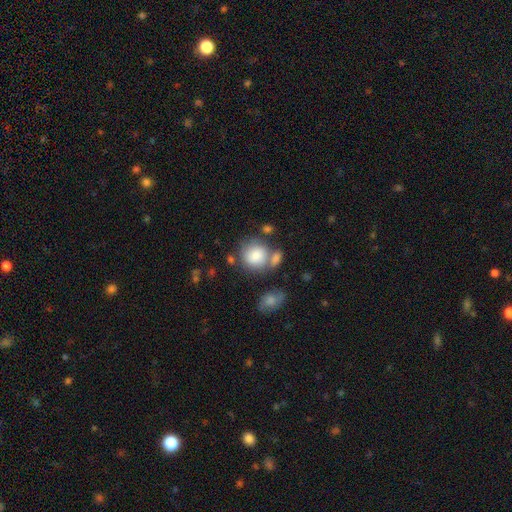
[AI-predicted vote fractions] Morphology: type=smooth (82%); roundness=round (78%); merging=none (48%).